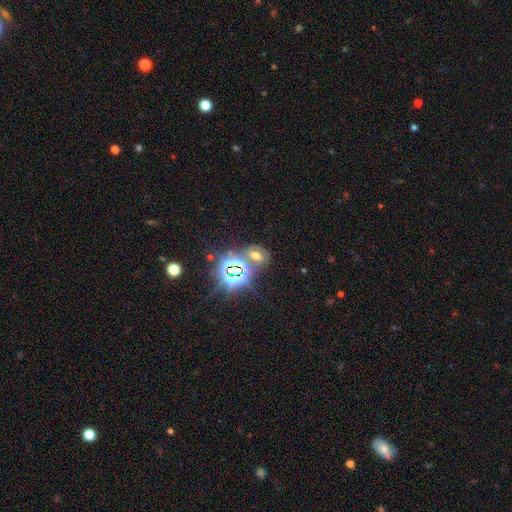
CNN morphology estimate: Smooth or featured? Predicted: star or artifact (p=0.52).